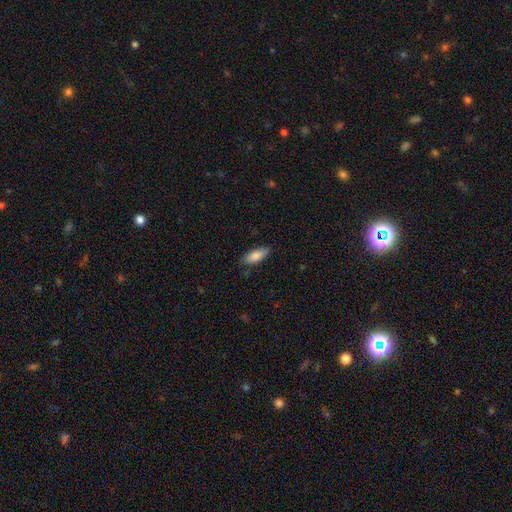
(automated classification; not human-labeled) smooth_or_featured: smooth (p=0.85) [alt: featured or disk p=0.09]
how_rounded: in between (p=0.78) [alt: cigar-shaped p=0.21]
merging: none (p=0.77) [alt: minor disturbance p=0.18]